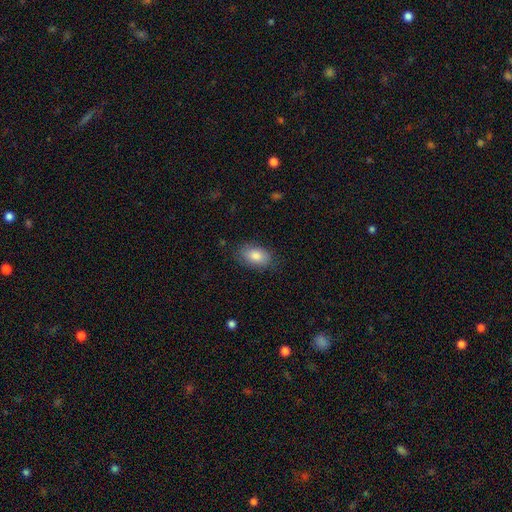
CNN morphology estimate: smooth-or-featured: smooth: 83% | featured or disk: 10% | star or artifact: 7%
  how-rounded: in between: 90% | round: 9% | cigar-shaped: 2%
  merging: none: 81% | minor disturbance: 14% | major disturbance: 3% | merger: 1%